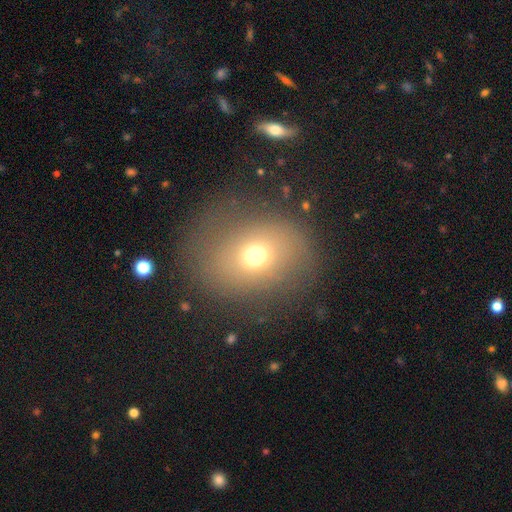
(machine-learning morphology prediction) A smooth galaxy with no disk features (65%) that is in between round and cigar-shaped (54%).

Vote fractions:
- Smooth or featured? smooth: 65% / featured or disk: 18% / star or artifact: 17%
- How rounded? in between: 54% / round: 45% / cigar-shaped: 1%
- Merging? none: 69% / minor disturbance: 16% / major disturbance: 13% / merger: 2%